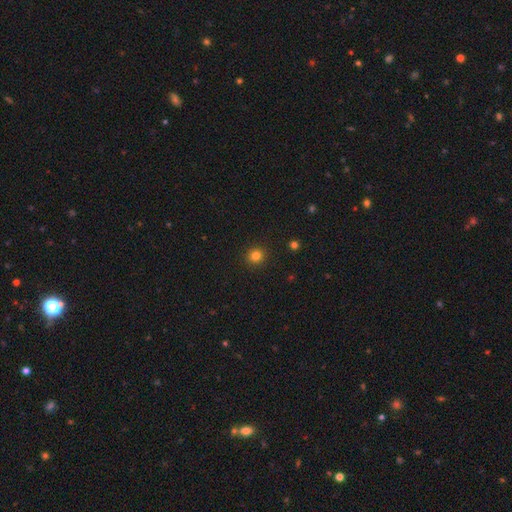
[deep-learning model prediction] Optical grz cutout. It shows a smooth galaxy with no disk features (81%) that is round (93%). Merging: none (92%).